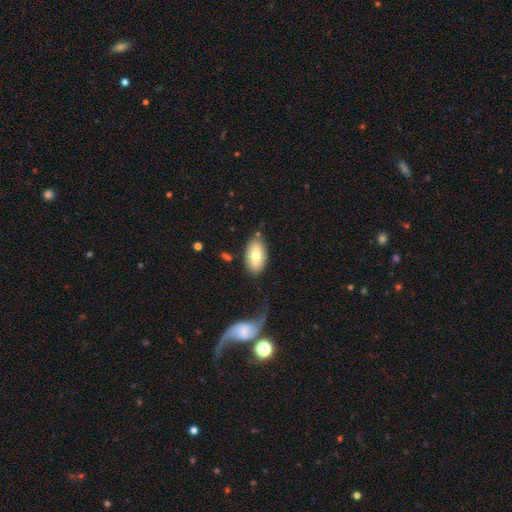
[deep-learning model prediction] A smooth galaxy with no disk features (74%) that is in between round and cigar-shaped (93%). Merging: none (73%).